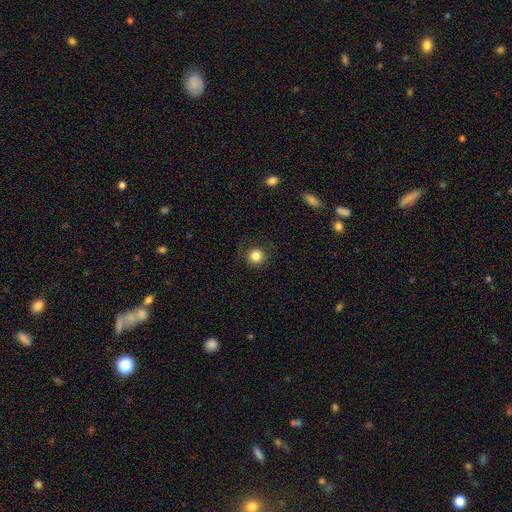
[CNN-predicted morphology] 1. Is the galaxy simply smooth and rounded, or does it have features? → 84% smooth, 11% star or artifact, 5% featured or disk.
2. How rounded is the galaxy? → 94% round, 5% in between, 1% cigar-shaped.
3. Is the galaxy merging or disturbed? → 84% none, 10% minor disturbance, 5% major disturbance, 1% merger.